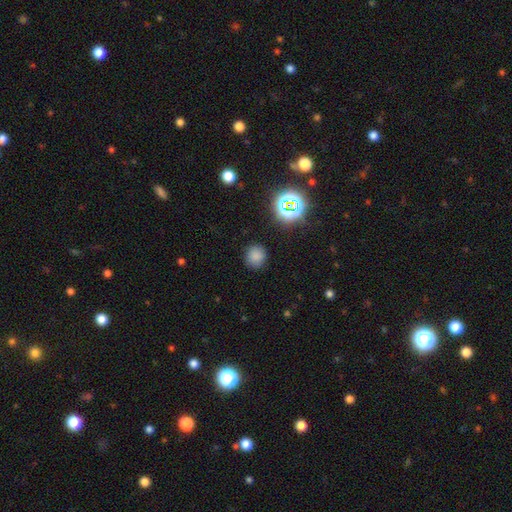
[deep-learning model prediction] This appears to be a smooth galaxy with no disk features (77%) that is round (86%). Merging: none (86%).